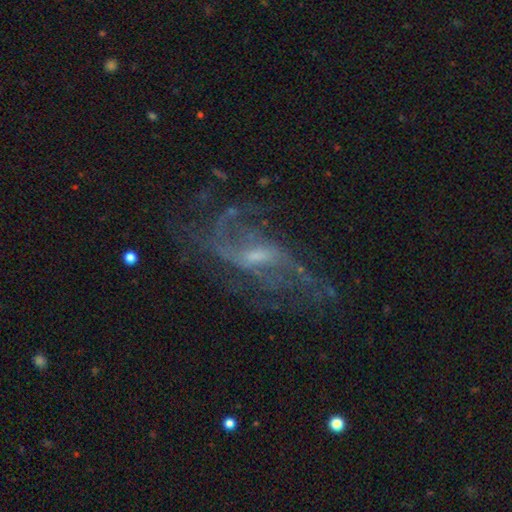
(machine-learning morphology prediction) A featured or disk galaxy (86%) with a weak bar (56%), 2 (58%) loose (53%) spiral arms (92%) and a small central bulge (53%). Merging: none (58%).